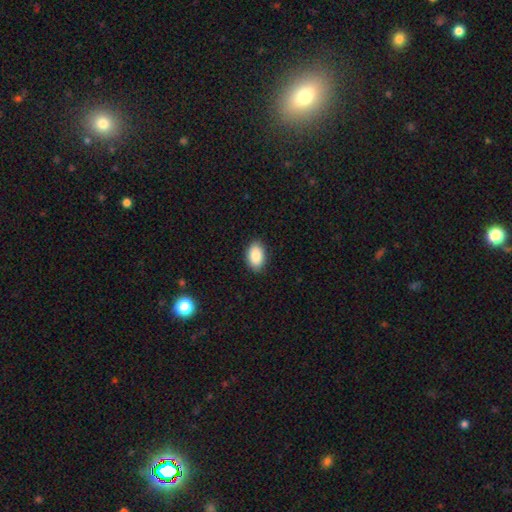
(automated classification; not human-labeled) Smooth or featured?
  - smooth: 88% *
  - star or artifact: 7%
  - featured or disk: 5%
How rounded?
  - in between: 91% *
  - round: 7%
  - cigar-shaped: 1%
Merging?
  - none: 88% *
  - minor disturbance: 9%
  - major disturbance: 2%
  - merger: 1%